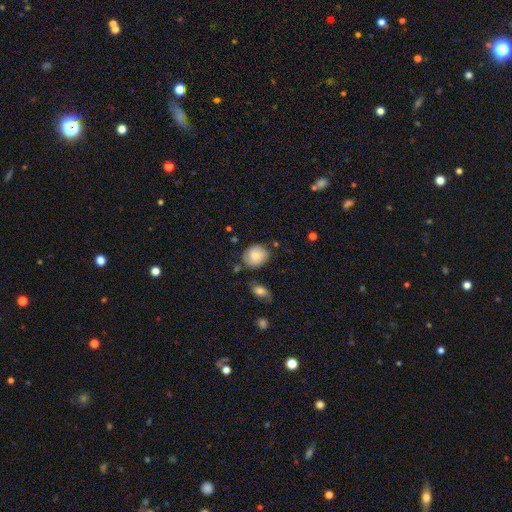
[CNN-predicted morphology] A smooth galaxy with no disk features (73%) that is round (66%).

Vote fractions:
- Smooth or featured? smooth: 73% / featured or disk: 19% / star or artifact: 8%
- How rounded? round: 66% / in between: 33% / cigar-shaped: 1%
- Merging? none: 67% / minor disturbance: 23% / major disturbance: 5% / merger: 5%